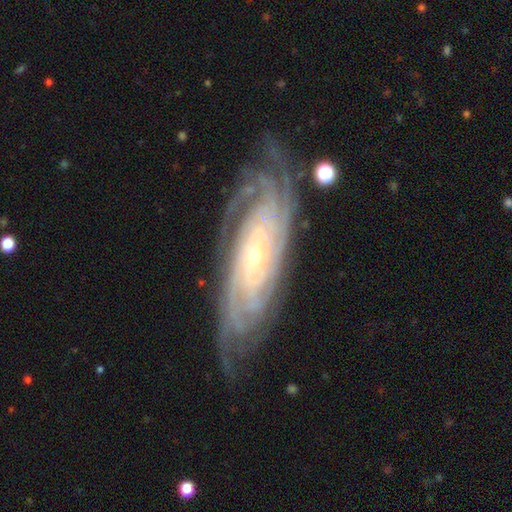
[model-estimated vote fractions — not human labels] This is clearly a featured or disk galaxy (90%). It is clearly not viewed edge-on (90%). Bar: likely no (68%). Spiral arm pattern: clearly yes (98%). Spiral arm count: marginally more than 4 (26%, tied with 4). Spiral winding: clearly tight (81%). Central bulge: likely small (77%). Merging: likely none (77%).